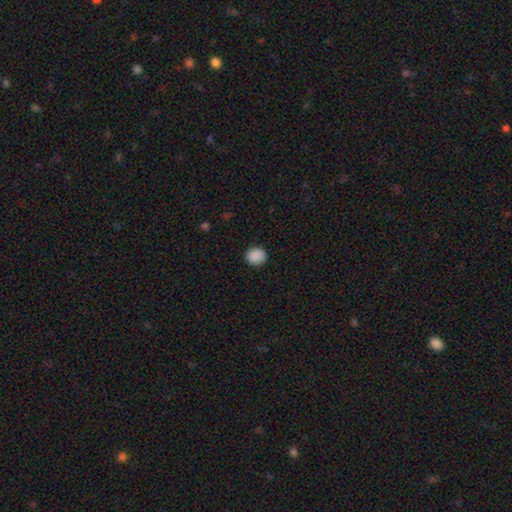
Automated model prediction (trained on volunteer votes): Overall: smooth (90%). How rounded: round (77%). Merging: none (90%).